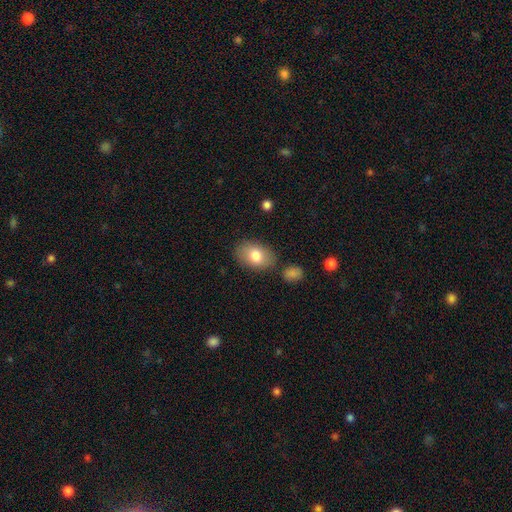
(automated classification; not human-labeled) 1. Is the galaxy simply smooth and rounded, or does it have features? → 80% smooth, 14% featured or disk, 7% star or artifact.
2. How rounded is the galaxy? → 87% in between, 12% round, 1% cigar-shaped.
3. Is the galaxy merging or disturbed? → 79% none, 13% minor disturbance, 5% merger, 3% major disturbance.